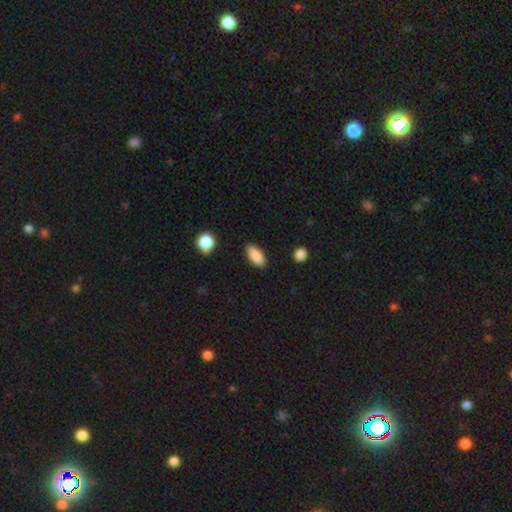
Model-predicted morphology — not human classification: A smooth galaxy with no disk features (87%) that is in between round and cigar-shaped (88%). Merging: none (86%).